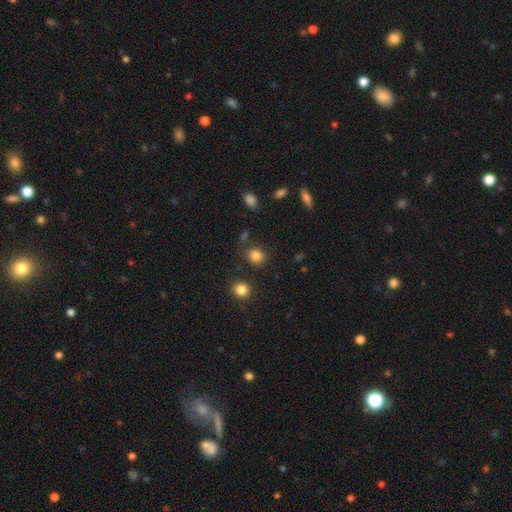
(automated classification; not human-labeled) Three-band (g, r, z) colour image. It shows a smooth galaxy with no disk features (84%) that is round (67%). Merging: none (78%).